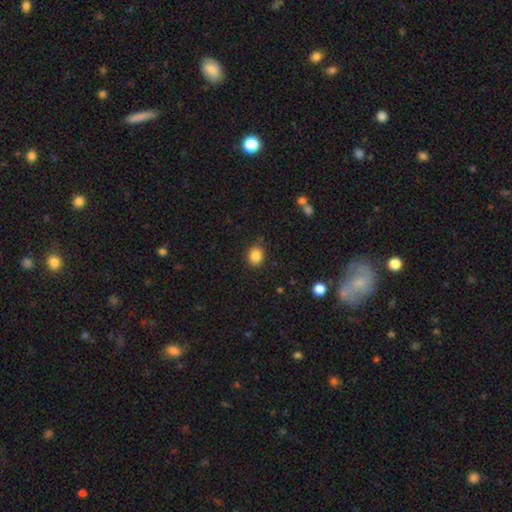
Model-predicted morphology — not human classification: Overall: smooth (86%). How rounded: round (60%; in between 39%). Merging: none (85%).